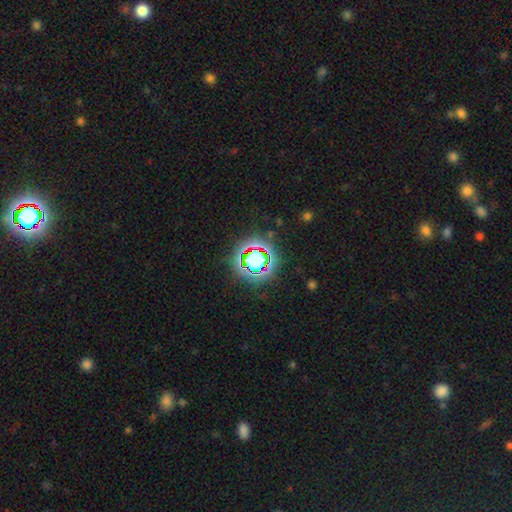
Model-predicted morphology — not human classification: This is likely a star or artifact rather than a galaxy (77%).